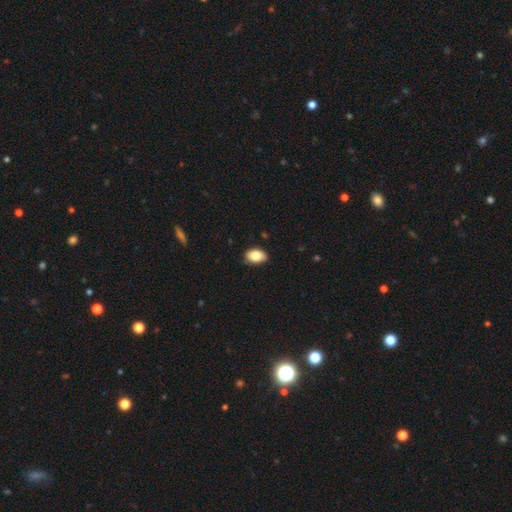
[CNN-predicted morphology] Smooth or featured?
  - smooth: 84% *
  - featured or disk: 9%
  - star or artifact: 7%
How rounded?
  - in between: 89% *
  - round: 10%
  - cigar-shaped: 1%
Merging?
  - none: 80% *
  - minor disturbance: 16%
  - major disturbance: 2%
  - merger: 1%